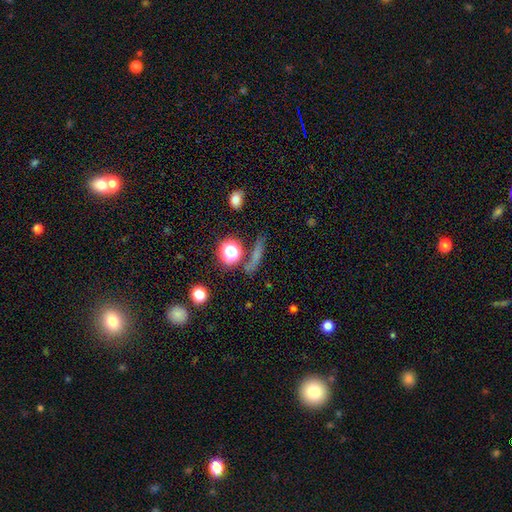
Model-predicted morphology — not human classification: smooth-or-featured: smooth: 51% | star or artifact: 26% | featured or disk: 24%
  how-rounded: cigar-shaped: 58% | round: 23% | in between: 19%
  merging: none: 73% | minor disturbance: 13% | merger: 8% | major disturbance: 7%